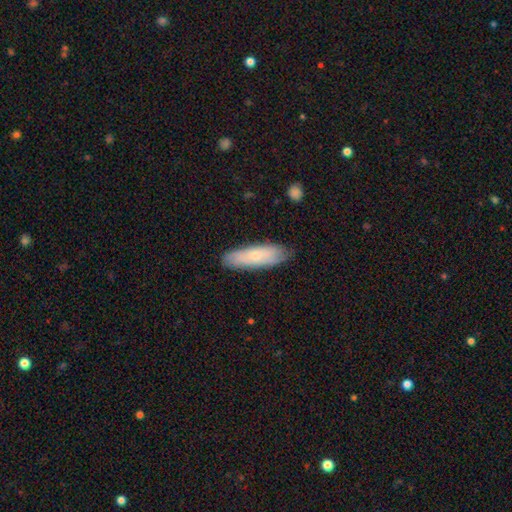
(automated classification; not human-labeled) This appears to be a smooth galaxy with no disk features (63%) that is cigar-shaped (55%). Merging: none (82%).